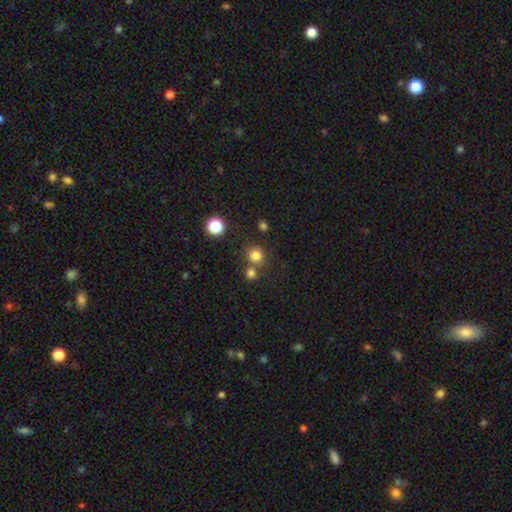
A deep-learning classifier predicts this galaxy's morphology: The model was most divided on "merging": none: 70%, merger: 20%, minor disturbance: 7%, major disturbance: 3%. More confident: how rounded — round (89%); smooth or featured — smooth (79%).